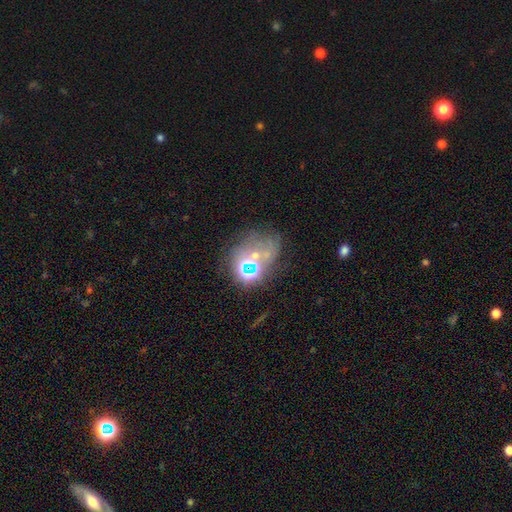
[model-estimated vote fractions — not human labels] Smooth or featured: star or artifact — 46% (featured or disk — 28%)